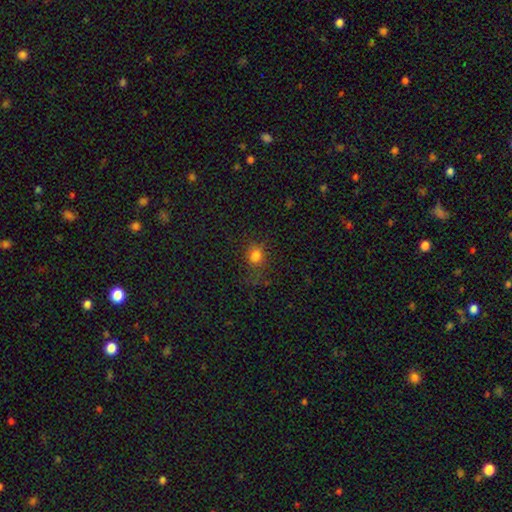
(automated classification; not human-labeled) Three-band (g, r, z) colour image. It shows a smooth galaxy with no disk features (77%) that is round (73%). Merging: none (72%).